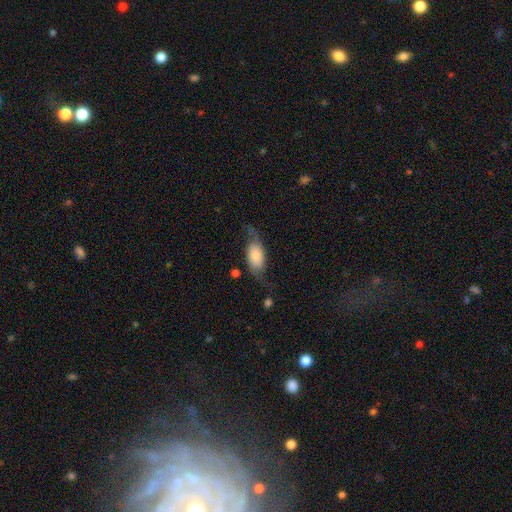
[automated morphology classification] type=featured or disk (52%); edge-on=no (89%); merging=none (54%).